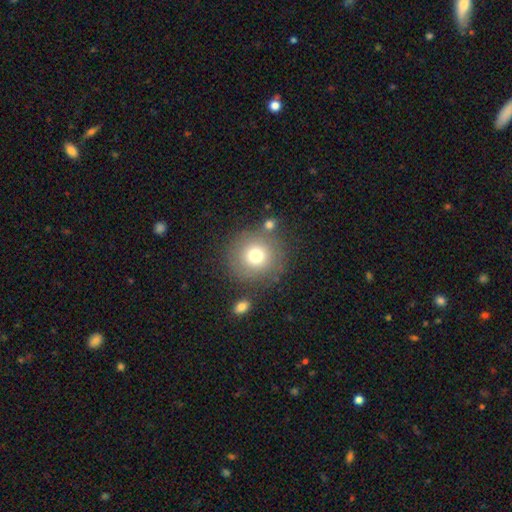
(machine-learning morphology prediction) smooth 74%, featured or disk 14%, star or artifact 12%. Down the decision tree: how rounded — round (92%); merging — none (77%).